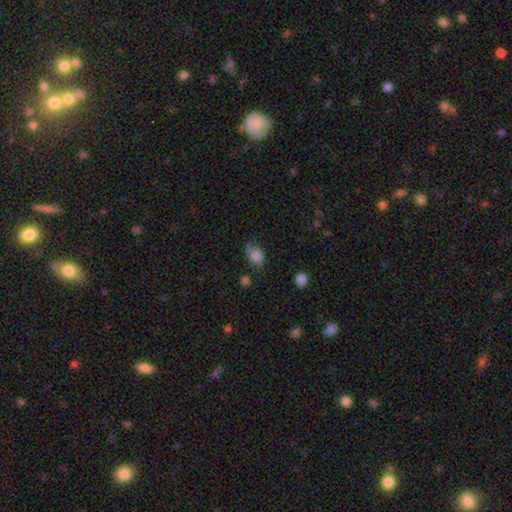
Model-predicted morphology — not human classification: Overall: smooth (83%). How rounded: in between (79%). Merging: none (55%; minor disturbance 33%).